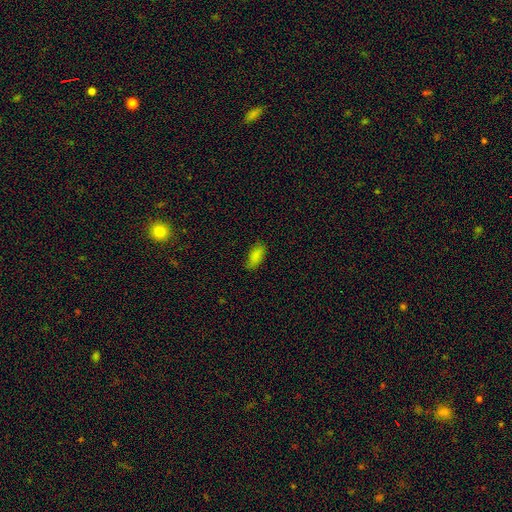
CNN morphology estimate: smooth_or_featured: smooth (p=0.84) [alt: star or artifact p=0.10]
how_rounded: in between (p=0.87) [alt: cigar-shaped p=0.11]
merging: none (p=0.77) [alt: minor disturbance p=0.18]